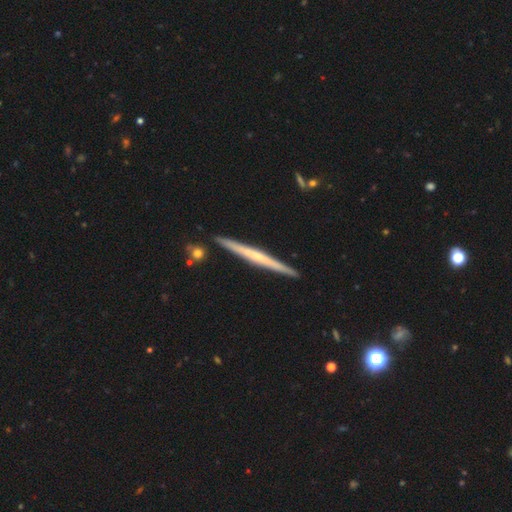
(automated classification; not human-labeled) Smooth or featured?
  - featured or disk: 71% *
  - smooth: 23%
  - star or artifact: 6%
Edge-on disk?
  - yes: 98% *
  - no: 2%
Edge-on bulge?
  - none: 54% *
  - rounded: 37%
  - boxy: 9%
Merging?
  - none: 89% *
  - minor disturbance: 7%
  - merger: 2%
  - major disturbance: 1%